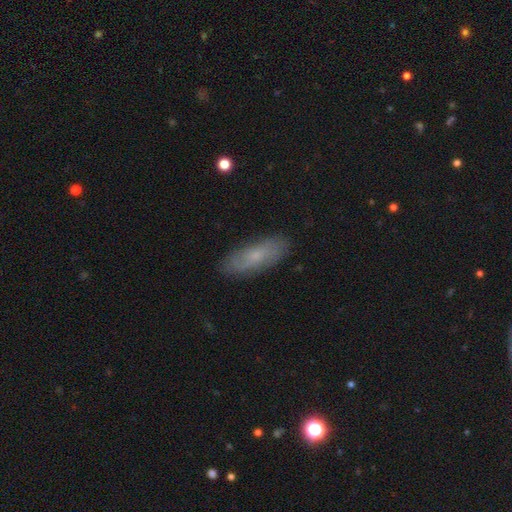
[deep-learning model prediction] A smooth galaxy with no disk features (57%) that is in between round and cigar-shaped (66%).

Vote fractions:
- Smooth or featured? smooth: 57% / featured or disk: 35% / star or artifact: 8%
- How rounded? in between: 66% / cigar-shaped: 32% / round: 2%
- Merging? none: 83% / minor disturbance: 13% / major disturbance: 3% / merger: 1%